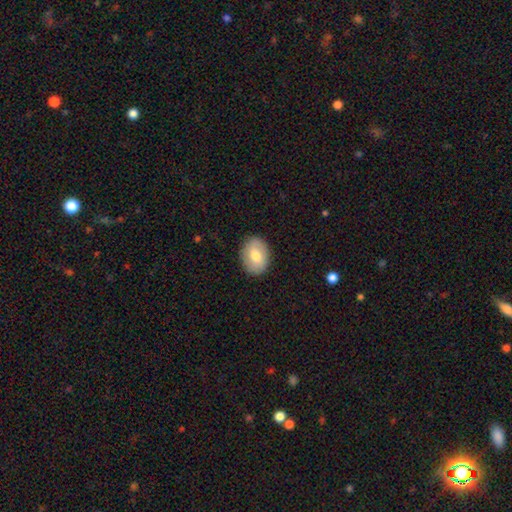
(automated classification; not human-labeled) This is likely a smooth galaxy (68%). How rounded: likely in between (65%). Merging: clearly none (87%).